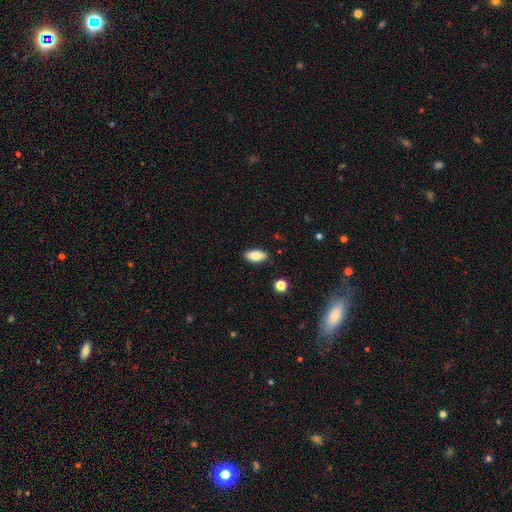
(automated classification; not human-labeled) This is clearly a smooth galaxy (81%). How rounded: clearly in between (86%). Merging: clearly none (86%).